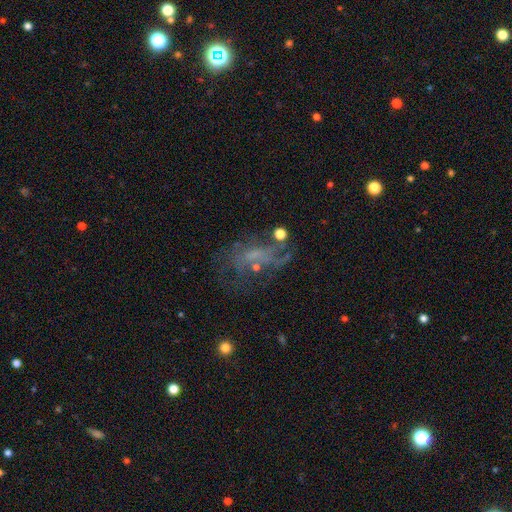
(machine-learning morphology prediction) smooth-or-featured: featured or disk: 54% | smooth: 25% | star or artifact: 21%
  disk-edge-on: no: 94% | yes: 6%
    bar: no: 65% | weak: 27% | strong: 8%
    has-spiral-arms: no: 57% | yes: 43%
    bulge-size: none: 46% | small: 34% | moderate: 16% | large: 2% | dominant: 1%
  merging: none: 39% | major disturbance: 34% | minor disturbance: 19% | merger: 7%